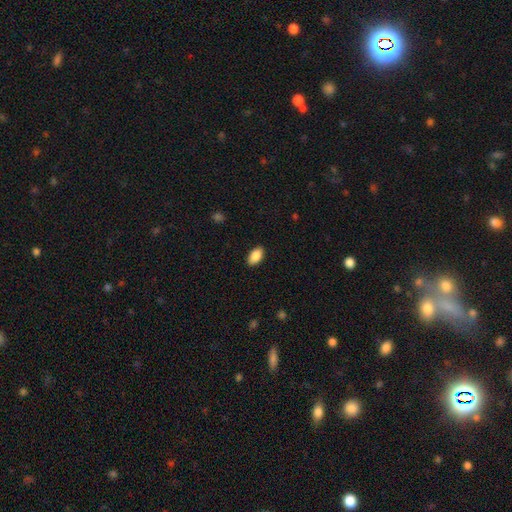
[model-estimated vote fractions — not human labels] smooth 88%, star or artifact 7%, featured or disk 5%. Down the decision tree: how rounded — in between (93%); merging — none (88%).